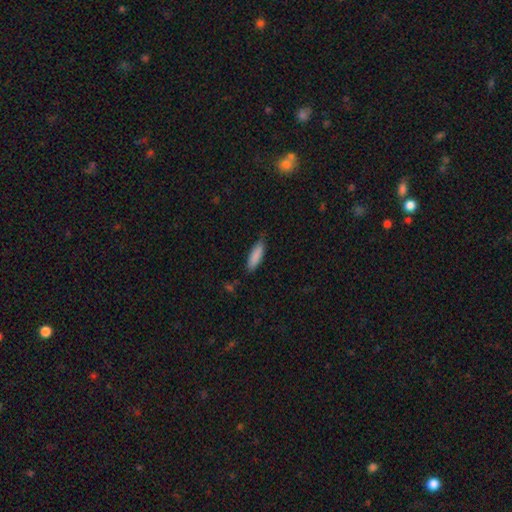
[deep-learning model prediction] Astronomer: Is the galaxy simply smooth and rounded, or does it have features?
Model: smooth — 88%.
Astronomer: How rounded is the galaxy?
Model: cigar-shaped — 50% (runner-up: in between, 48%).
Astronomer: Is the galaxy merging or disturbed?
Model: none — 76%.